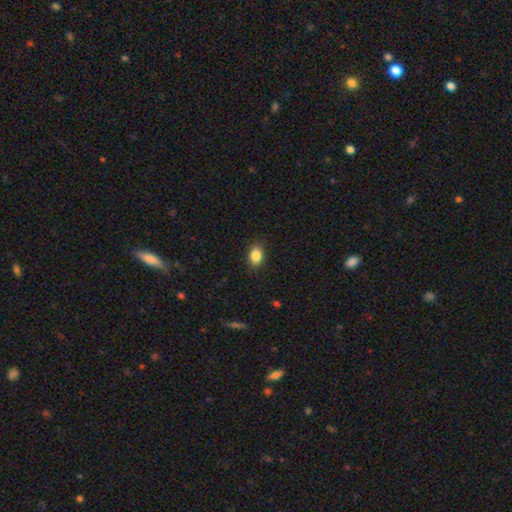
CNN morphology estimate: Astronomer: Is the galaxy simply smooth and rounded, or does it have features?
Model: smooth — 86%.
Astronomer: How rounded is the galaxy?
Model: in between — 78%.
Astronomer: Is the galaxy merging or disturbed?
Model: none — 88%.